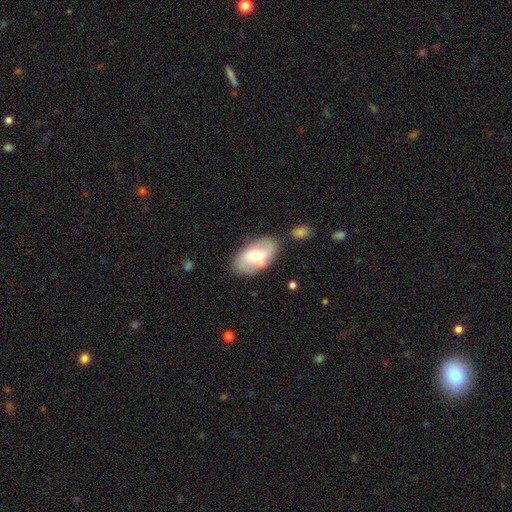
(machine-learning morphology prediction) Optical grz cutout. It shows a smooth galaxy with no disk features (49%). Merging: none (70%).